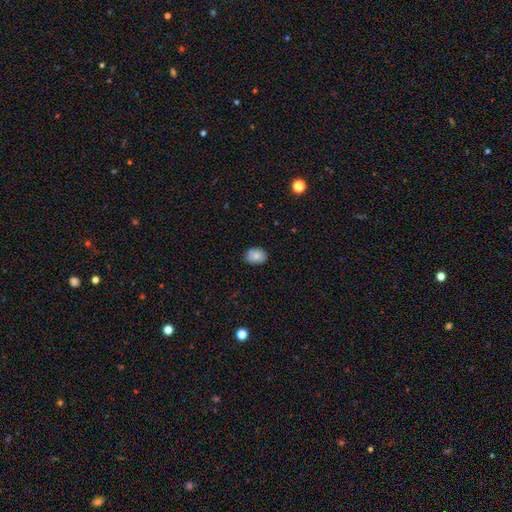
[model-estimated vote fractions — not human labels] Smooth or featured?
  - smooth: 78% *
  - featured or disk: 13%
  - star or artifact: 9%
How rounded?
  - in between: 70% *
  - round: 29%
  - cigar-shaped: 1%
Merging?
  - none: 78% *
  - minor disturbance: 17%
  - major disturbance: 3%
  - merger: 2%